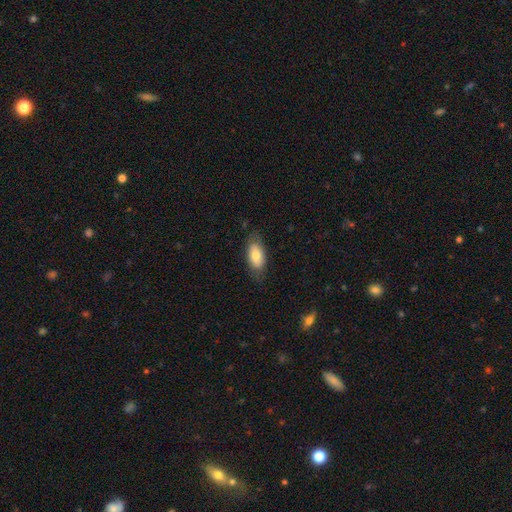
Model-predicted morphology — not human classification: Q: Smooth or featured?
A: smooth (76%); runner-up: featured or disk (18%)
Q: How rounded?
A: in between (89%); runner-up: cigar-shaped (8%)
Q: Merging?
A: none (75%); runner-up: minor disturbance (18%)